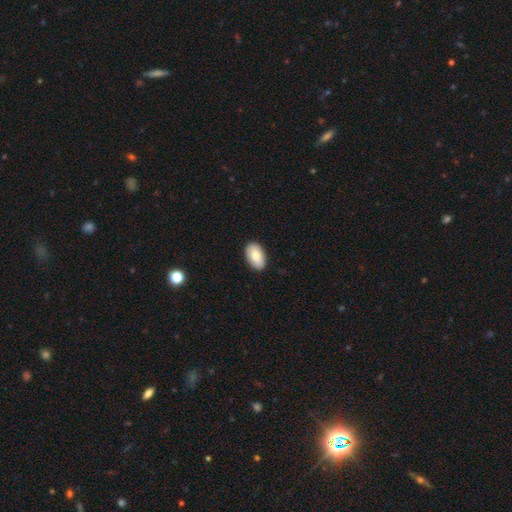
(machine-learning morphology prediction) smooth_or_featured: smooth (p=0.83) [alt: featured or disk p=0.11]
how_rounded: in between (p=0.94) [alt: round p=0.05]
merging: none (p=0.89) [alt: minor disturbance p=0.09]